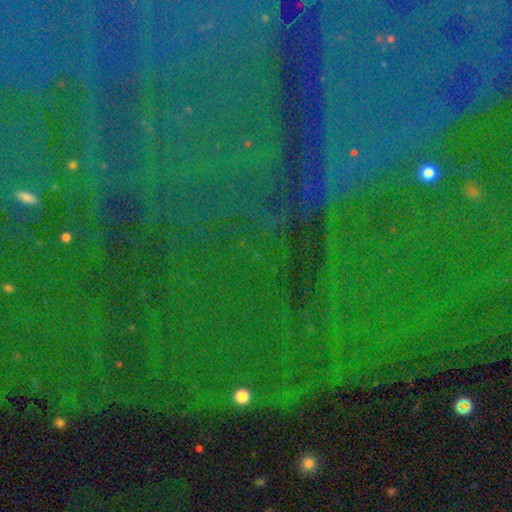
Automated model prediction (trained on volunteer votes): A star or artifact, not a galaxy (84%).

Vote fractions:
- Smooth or featured? star or artifact: 84% / featured or disk: 8% / smooth: 8%